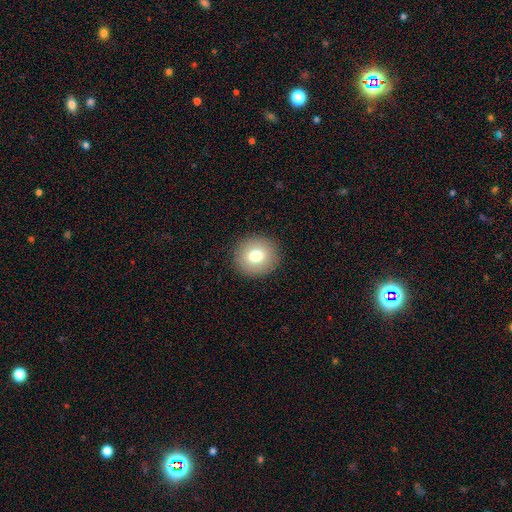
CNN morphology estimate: This is likely a smooth galaxy (76%). How rounded: clearly round (88%). Merging: clearly none (91%).